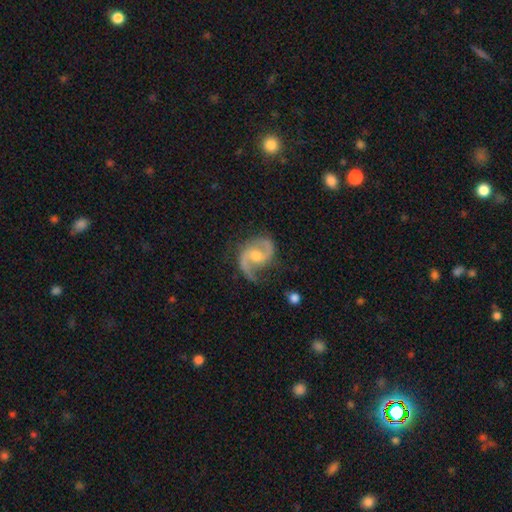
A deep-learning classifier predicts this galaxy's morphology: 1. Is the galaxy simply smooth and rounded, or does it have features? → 91% featured or disk, 5% smooth, 4% star or artifact.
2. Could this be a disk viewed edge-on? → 98% no, 2% yes.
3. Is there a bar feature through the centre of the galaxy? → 49% no, 42% weak, 9% strong.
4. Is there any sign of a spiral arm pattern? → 98% yes, 2% no.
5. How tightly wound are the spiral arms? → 56% medium, 28% loose, 16% tight.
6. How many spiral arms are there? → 92% 2, 3% 1, 2% can't tell, 1% 3, 1% 4, 1% more than 4.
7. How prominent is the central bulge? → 65% moderate, 24% small, 6% large, 4% none, 1% dominant.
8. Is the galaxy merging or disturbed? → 72% none, 19% minor disturbance, 7% major disturbance, 2% merger.